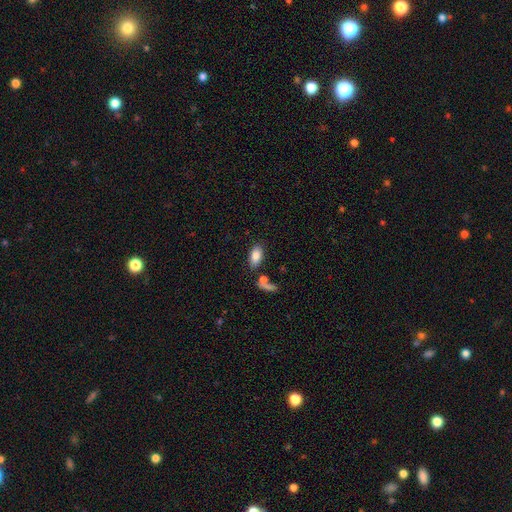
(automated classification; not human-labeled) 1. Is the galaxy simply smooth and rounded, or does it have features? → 84% smooth, 9% featured or disk, 7% star or artifact.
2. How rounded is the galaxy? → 91% in between, 5% cigar-shaped, 4% round.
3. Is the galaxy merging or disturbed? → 75% none, 12% minor disturbance, 10% merger, 4% major disturbance.